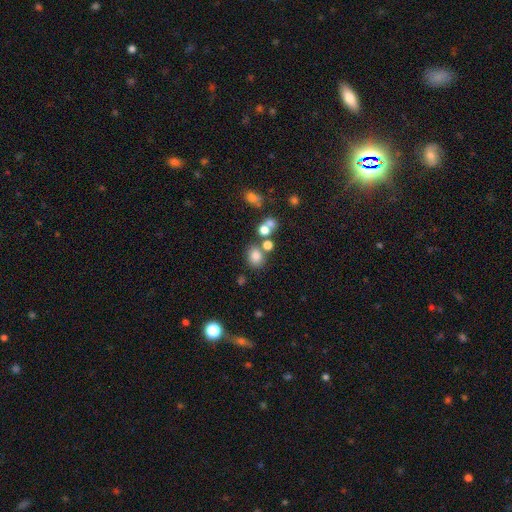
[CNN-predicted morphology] Q: Smooth or featured?
A: smooth (77%); runner-up: star or artifact (15%)
Q: How rounded?
A: round (50%); runner-up: in between (49%)
Q: Merging?
A: none (63%); runner-up: merger (20%)